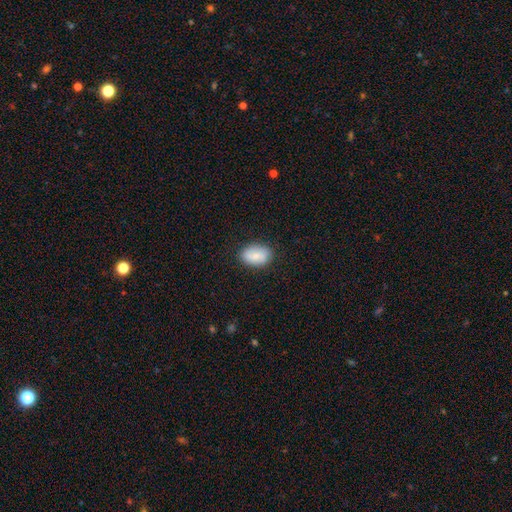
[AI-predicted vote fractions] Smooth or featured?
  - smooth: 78% *
  - featured or disk: 15%
  - star or artifact: 7%
How rounded?
  - in between: 84% *
  - round: 14%
  - cigar-shaped: 1%
Merging?
  - none: 83% *
  - minor disturbance: 13%
  - major disturbance: 3%
  - merger: 1%